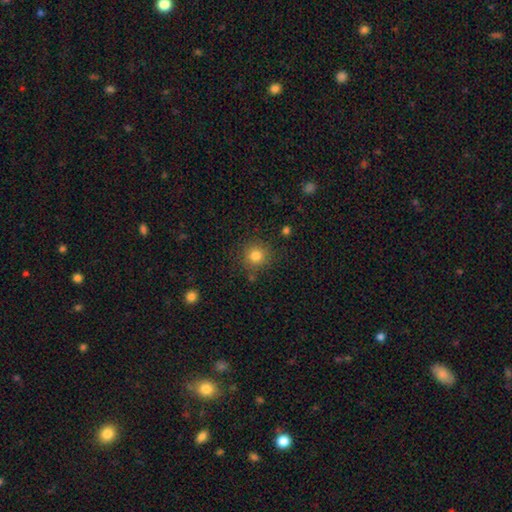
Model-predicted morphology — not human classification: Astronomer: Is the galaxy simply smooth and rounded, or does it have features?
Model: smooth — 82%.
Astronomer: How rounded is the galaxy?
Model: round — 92%.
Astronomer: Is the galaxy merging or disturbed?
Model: none — 85%.